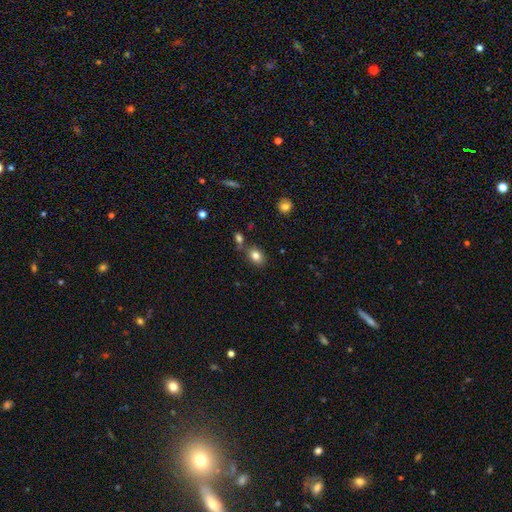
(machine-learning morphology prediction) Q: Smooth or featured?
A: smooth (81%); runner-up: star or artifact (10%)
Q: How rounded?
A: in between (69%); runner-up: round (29%)
Q: Merging?
A: none (73%); runner-up: minor disturbance (12%)